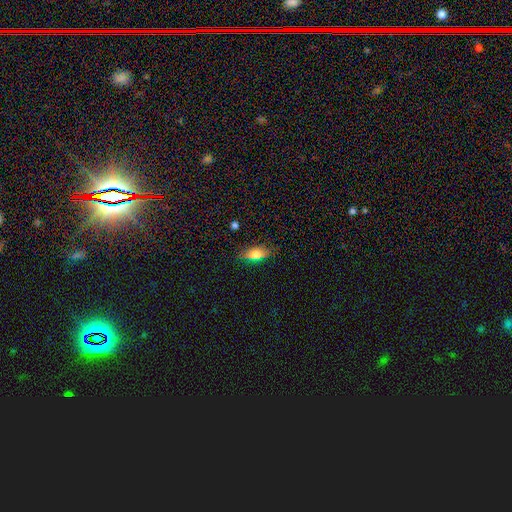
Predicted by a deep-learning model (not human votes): This is likely a smooth galaxy (74%). How rounded: likely in between (79%). Merging: clearly none (81%).